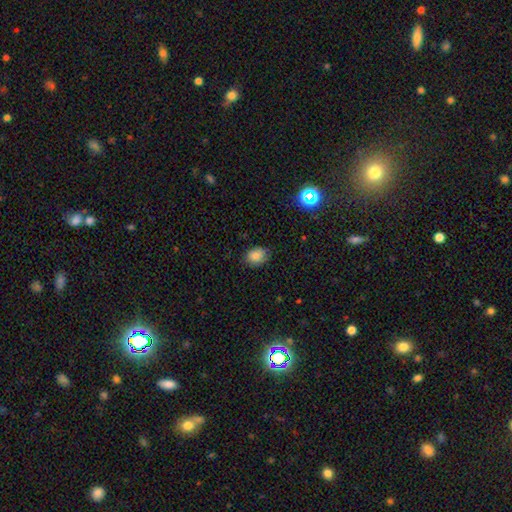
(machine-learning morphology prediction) Smooth or featured? Predicted: smooth (p=0.83). How rounded? Predicted: in between (p=0.69). Merging? Predicted: none (p=0.80).